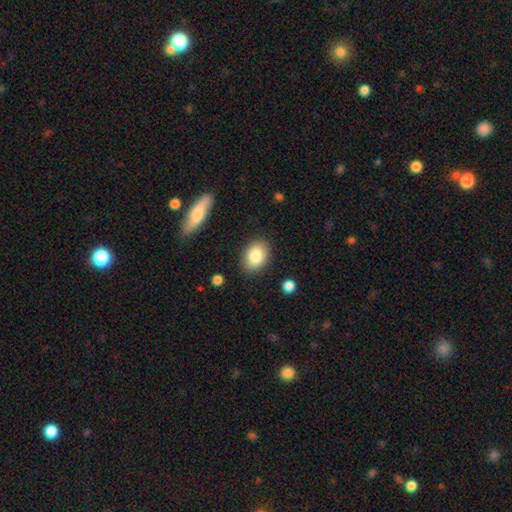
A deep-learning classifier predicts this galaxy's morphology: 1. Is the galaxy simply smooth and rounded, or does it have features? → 84% smooth, 9% featured or disk, 8% star or artifact.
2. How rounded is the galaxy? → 75% in between, 24% round, 1% cigar-shaped.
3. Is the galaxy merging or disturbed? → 85% none, 10% minor disturbance, 3% major disturbance, 2% merger.